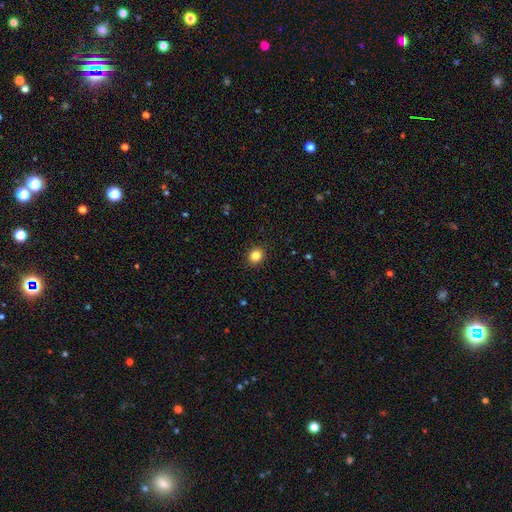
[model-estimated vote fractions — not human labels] A smooth galaxy with no disk features (85%) that is round (79%).

Vote fractions:
- Smooth or featured? smooth: 85% / star or artifact: 11% / featured or disk: 4%
- How rounded? round: 79% / in between: 20% / cigar-shaped: 1%
- Merging? none: 91% / minor disturbance: 6% / major disturbance: 2% / merger: 1%